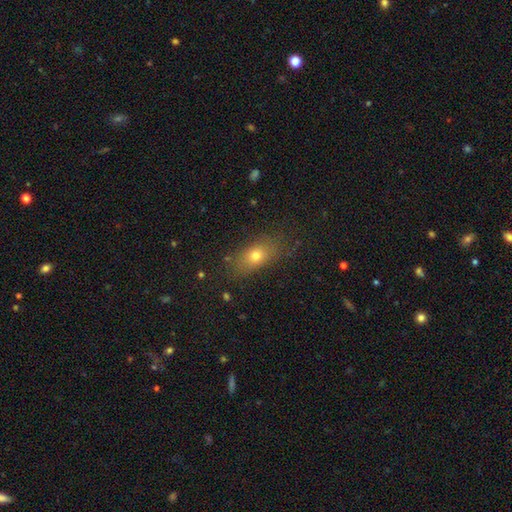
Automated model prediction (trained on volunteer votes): smooth 71%, featured or disk 15%, star or artifact 14%. Down the decision tree: how rounded — in between (72%); merging — none (76%).